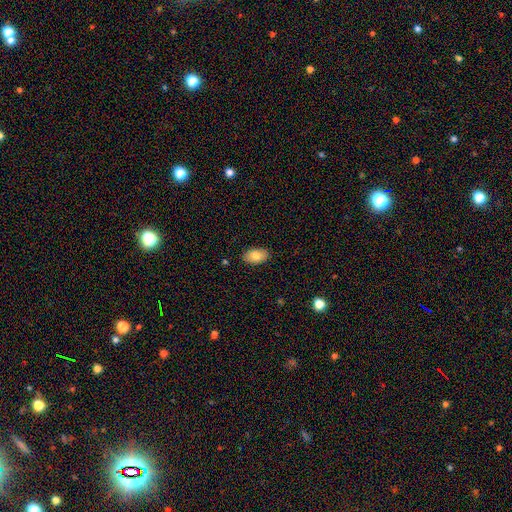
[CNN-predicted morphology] This appears to be a smooth galaxy with no disk features (82%) that is in between round and cigar-shaped (93%). Merging: none (87%).